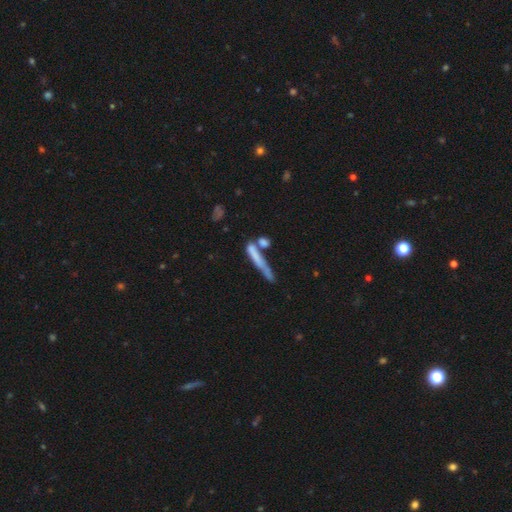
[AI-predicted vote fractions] Q: Smooth or featured?
A: smooth (57%); runner-up: featured or disk (33%)
Q: How rounded?
A: cigar-shaped (88%); runner-up: in between (9%)
Q: Merging?
A: none (39%); runner-up: merger (30%)